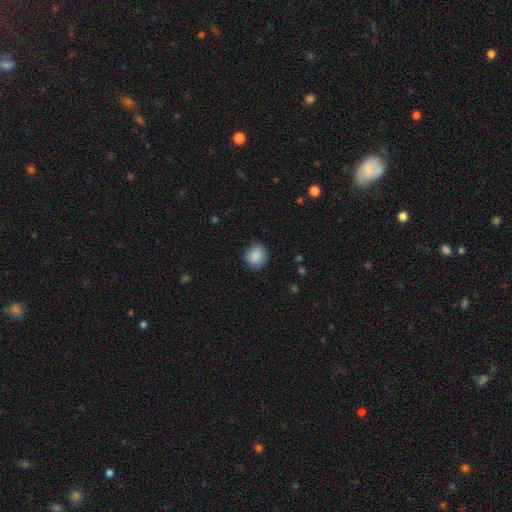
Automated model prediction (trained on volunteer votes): Q: Smooth or featured?
A: smooth (89%); runner-up: star or artifact (7%)
Q: How rounded?
A: round (75%); runner-up: in between (24%)
Q: Merging?
A: none (83%); runner-up: minor disturbance (14%)